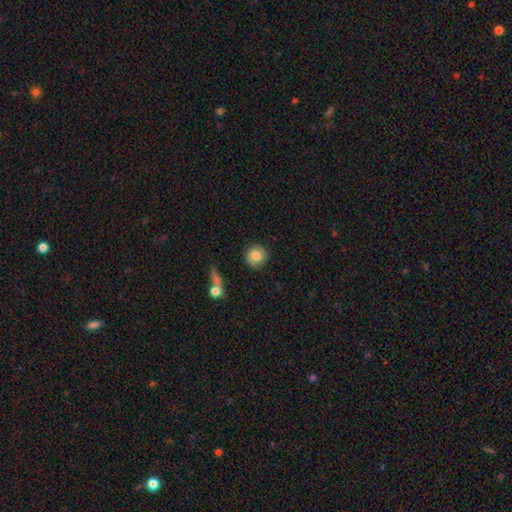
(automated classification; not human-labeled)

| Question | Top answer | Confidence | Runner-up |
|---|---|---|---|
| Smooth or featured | smooth | 81% | featured or disk (11%) |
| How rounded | round | 92% | in between (7%) |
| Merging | none | 86% | minor disturbance (9%) |